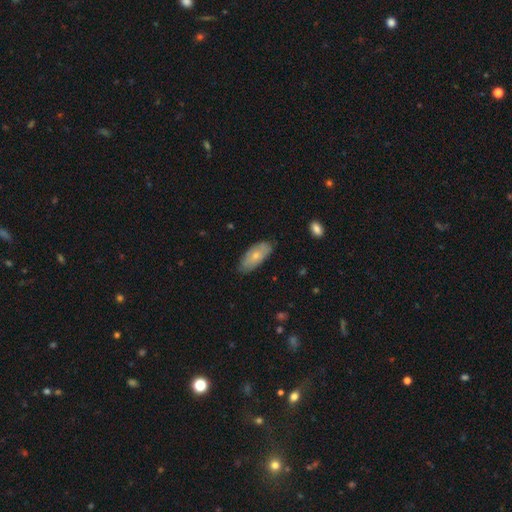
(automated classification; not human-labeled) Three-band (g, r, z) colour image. It shows a smooth galaxy with no disk features (65%) that is in between round and cigar-shaped (87%). Merging: none (73%).